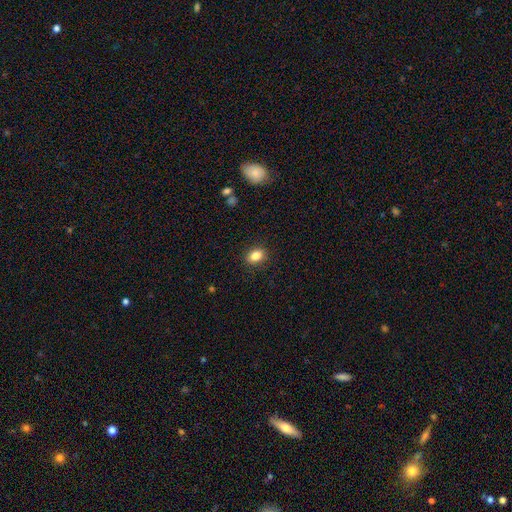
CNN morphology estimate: This is clearly a smooth galaxy (84%). How rounded: likely in between (68%). Merging: clearly none (89%).